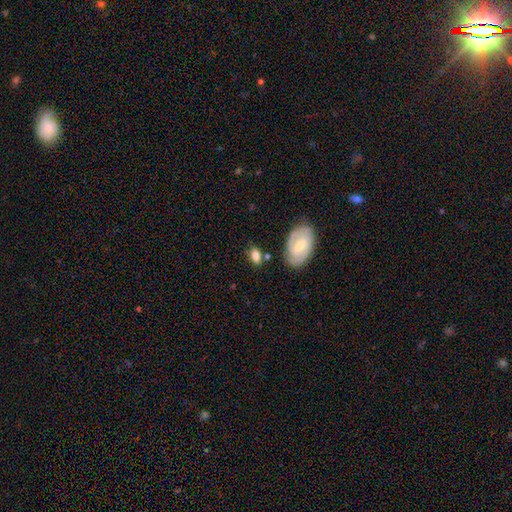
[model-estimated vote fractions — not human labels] A smooth galaxy with no disk features (71%) that is in between round and cigar-shaped (83%).

Vote fractions:
- Smooth or featured? smooth: 71% / featured or disk: 21% / star or artifact: 8%
- How rounded? in between: 83% / round: 14% / cigar-shaped: 3%
- Merging? none: 67% / minor disturbance: 19% / merger: 9% / major disturbance: 5%